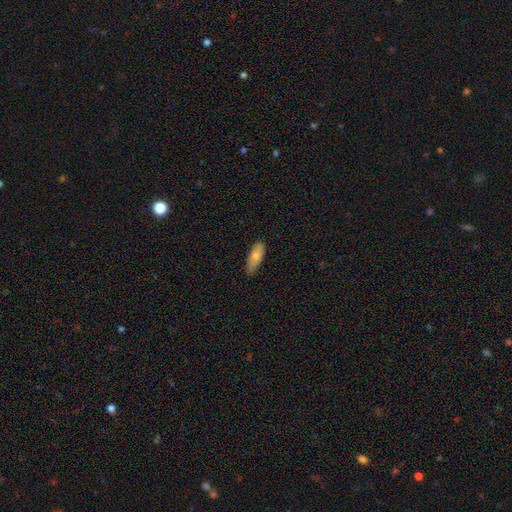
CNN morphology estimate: A smooth galaxy with no disk features (76%) that is in between round and cigar-shaped (69%).

Vote fractions:
- Smooth or featured? smooth: 76% / featured or disk: 18% / star or artifact: 6%
- How rounded? in between: 69% / cigar-shaped: 29% / round: 2%
- Merging? none: 70% / minor disturbance: 25% / major disturbance: 4% / merger: 1%